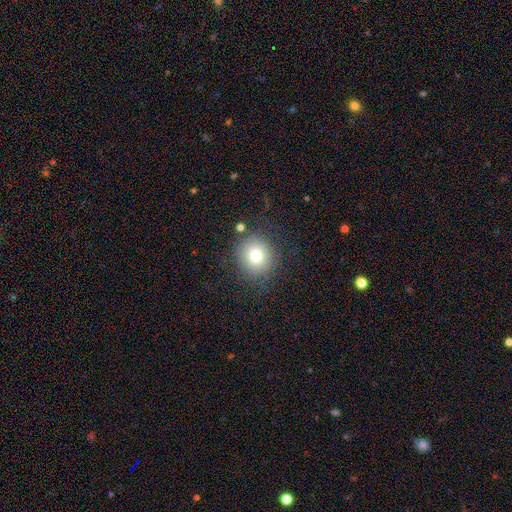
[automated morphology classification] type=smooth (76%); roundness=round (90%); merging=none (82%).